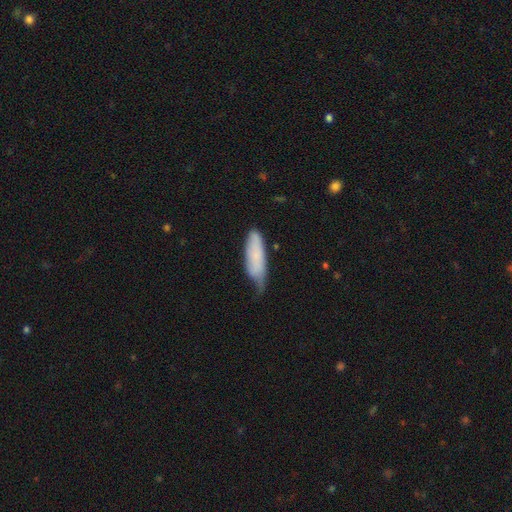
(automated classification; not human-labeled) Smooth or featured?
  - smooth: 76% *
  - featured or disk: 17%
  - star or artifact: 6%
How rounded?
  - in between: 59% *
  - cigar-shaped: 39%
  - round: 2%
Merging?
  - minor disturbance: 48% *
  - none: 35%
  - major disturbance: 14%
  - merger: 3%